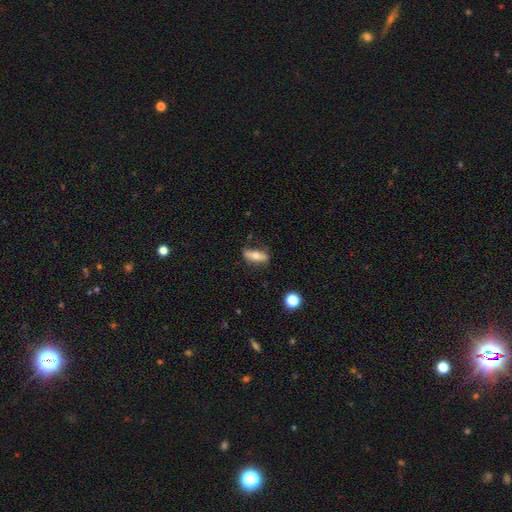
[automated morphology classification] Smooth or featured?
  - smooth: 52% *
  - featured or disk: 41%
  - star or artifact: 8%
How rounded?
  - in between: 51% *
  - cigar-shaped: 44%
  - round: 5%
Merging?
  - none: 72% *
  - minor disturbance: 21%
  - major disturbance: 5%
  - merger: 2%